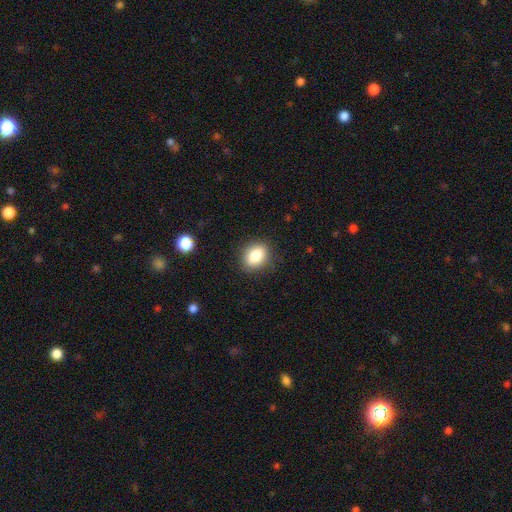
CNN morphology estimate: A smooth galaxy with no disk features (83%) that is in between round and cigar-shaped (62%).

Vote fractions:
- Smooth or featured? smooth: 83% / star or artifact: 10% / featured or disk: 8%
- How rounded? in between: 62% / round: 36% / cigar-shaped: 1%
- Merging? none: 85% / minor disturbance: 11% / major disturbance: 3% / merger: 1%